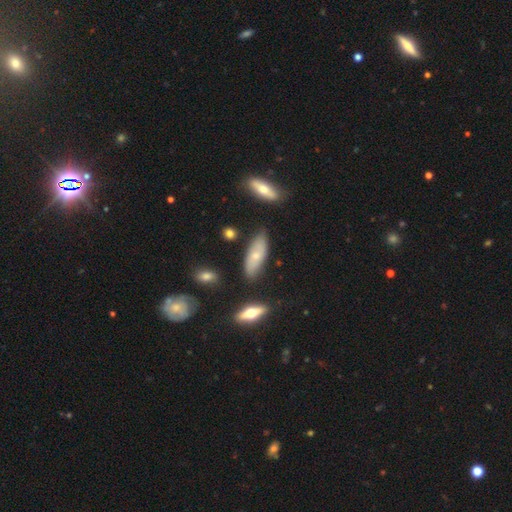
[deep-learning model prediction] smooth-or-featured: smooth: 57% | featured or disk: 36% | star or artifact: 8%
  how-rounded: in between: 67% | cigar-shaped: 30% | round: 3%
  merging: none: 71% | minor disturbance: 21% | major disturbance: 4% | merger: 4%